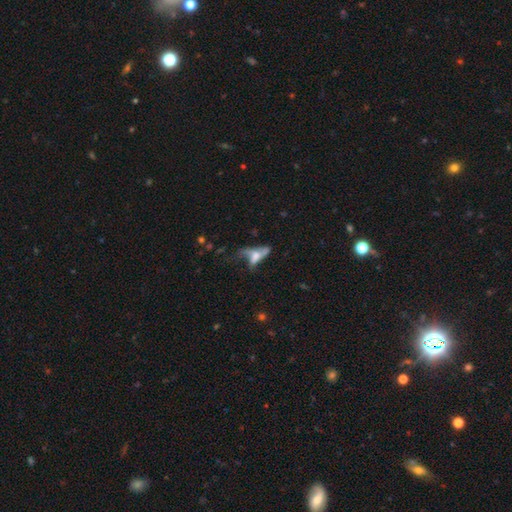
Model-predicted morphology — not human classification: Overall: featured or disk (47%; smooth 41%). Merging: major disturbance (46%; none 22%).